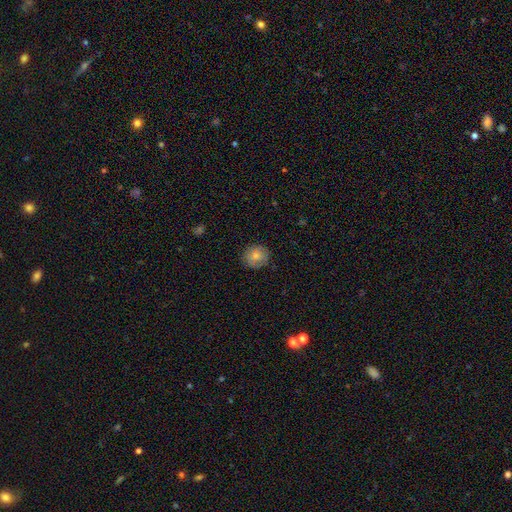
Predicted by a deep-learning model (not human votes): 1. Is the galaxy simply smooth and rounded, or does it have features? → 78% smooth, 14% featured or disk, 8% star or artifact.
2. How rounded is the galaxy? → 84% round, 16% in between, 1% cigar-shaped.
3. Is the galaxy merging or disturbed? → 83% none, 13% minor disturbance, 3% major disturbance, 1% merger.